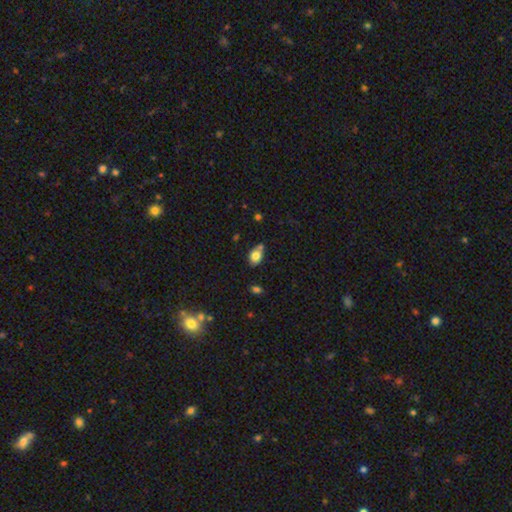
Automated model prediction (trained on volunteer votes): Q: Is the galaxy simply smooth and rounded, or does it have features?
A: smooth — 80%.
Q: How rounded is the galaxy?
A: in between — 72%.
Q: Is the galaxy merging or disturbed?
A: none — 58%.